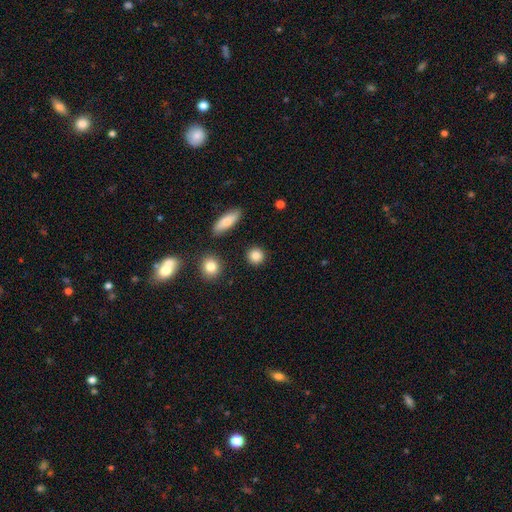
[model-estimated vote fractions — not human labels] smooth-or-featured: smooth: 86% | star or artifact: 9% | featured or disk: 5%
  how-rounded: round: 90% | in between: 8% | cigar-shaped: 2%
  merging: none: 90% | minor disturbance: 6% | merger: 2% | major disturbance: 2%